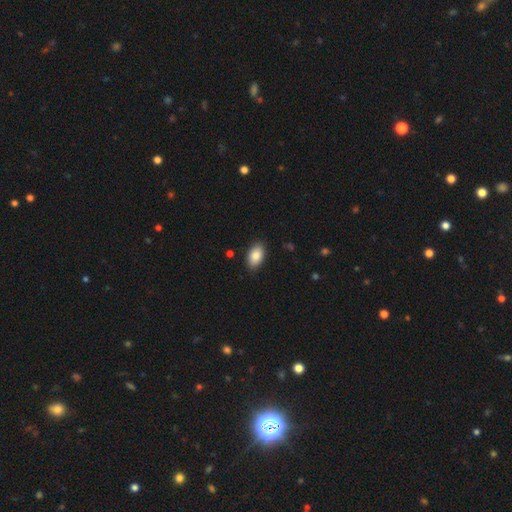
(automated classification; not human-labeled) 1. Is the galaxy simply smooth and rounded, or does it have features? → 87% smooth, 7% star or artifact, 6% featured or disk.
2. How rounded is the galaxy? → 93% in between, 6% round, 2% cigar-shaped.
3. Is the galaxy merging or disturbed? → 88% none, 9% minor disturbance, 2% major disturbance, 1% merger.